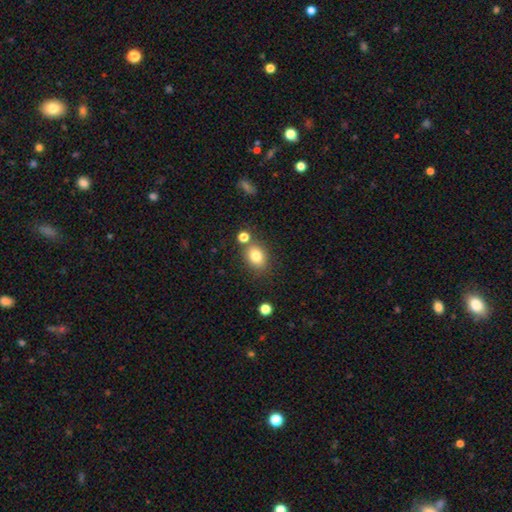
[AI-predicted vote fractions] smooth_or_featured: smooth (p=0.81) [alt: star or artifact p=0.11]
how_rounded: in between (p=0.57) [alt: round p=0.42]
merging: none (p=0.73) [alt: minor disturbance p=0.12]